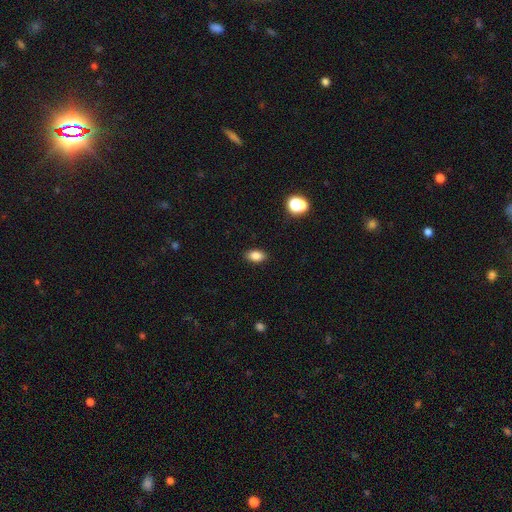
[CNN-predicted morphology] Overall: smooth (85%). How rounded: in between (89%). Merging: none (89%).